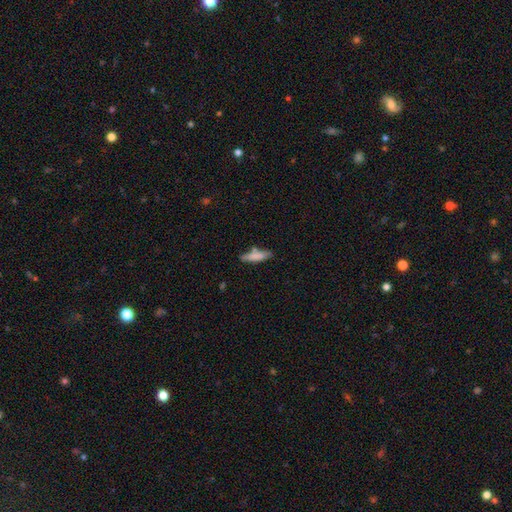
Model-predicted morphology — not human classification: type=smooth (77%); roundness=cigar-shaped (74%); merging=none (69%).